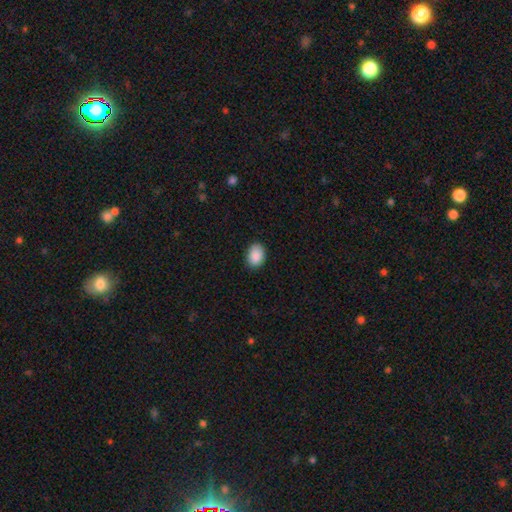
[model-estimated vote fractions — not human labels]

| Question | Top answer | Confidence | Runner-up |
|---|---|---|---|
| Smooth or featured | smooth | 90% | star or artifact (7%) |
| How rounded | in between | 77% | round (22%) |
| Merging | none | 86% | minor disturbance (11%) |